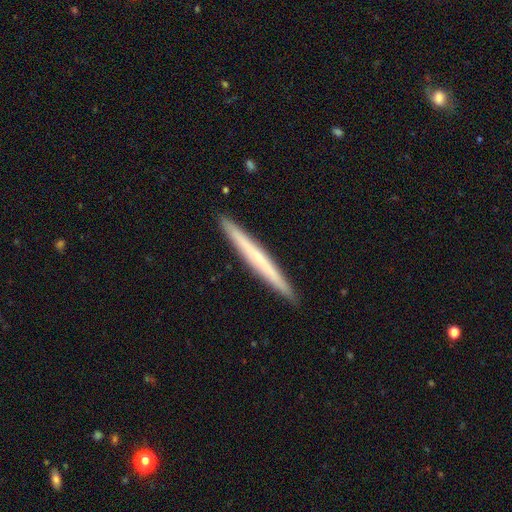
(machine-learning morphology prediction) A smooth galaxy with no disk features (50%) that is cigar-shaped (97%). Merging: none (93%).